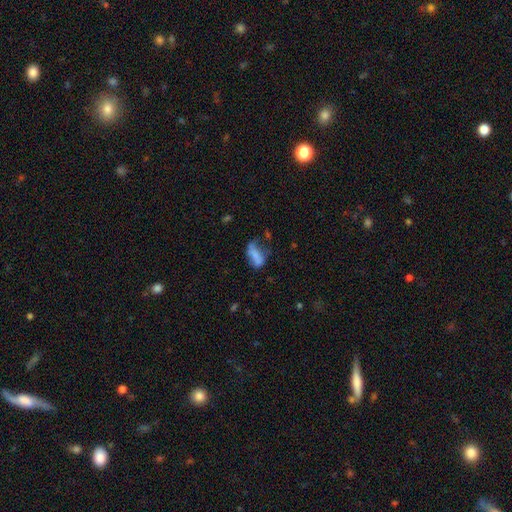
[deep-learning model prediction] Smooth or featured: smooth — 64% (featured or disk — 25%)
How rounded: in between — 82% (cigar-shaped — 13%)
Merging: none — 32% (major disturbance — 31%)